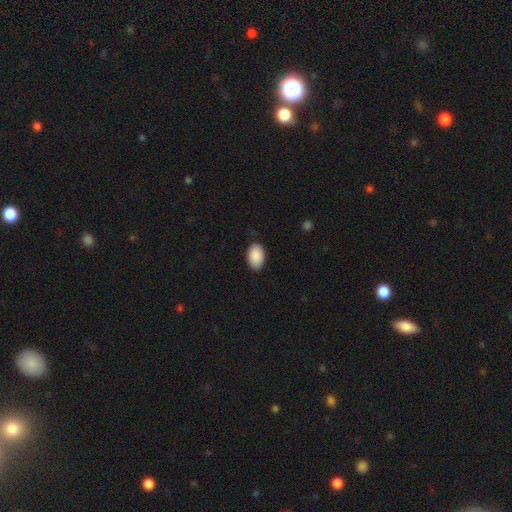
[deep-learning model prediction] A smooth galaxy with no disk features (91%) that is in between round and cigar-shaped (94%).

Vote fractions:
- Smooth or featured? smooth: 91% / star or artifact: 6% / featured or disk: 3%
- How rounded? in between: 94% / round: 5% / cigar-shaped: 1%
- Merging? none: 87% / minor disturbance: 10% / major disturbance: 2% / merger: 1%